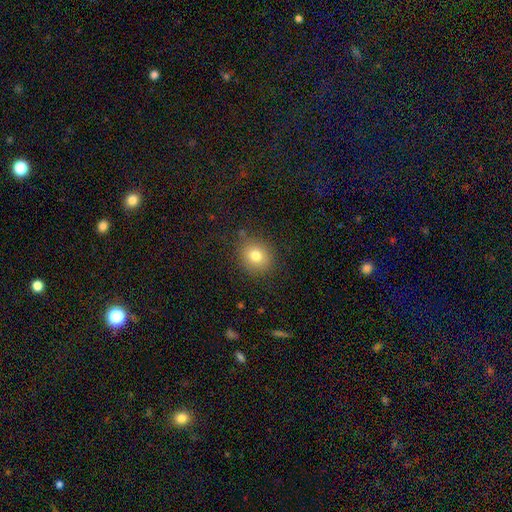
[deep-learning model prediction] This appears to be a smooth galaxy with no disk features (78%) that is round (79%). Merging: none (85%).